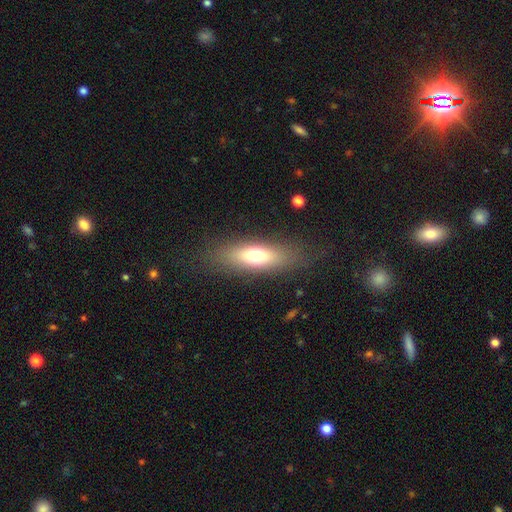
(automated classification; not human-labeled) A smooth galaxy with no disk features (66%) that is in between round and cigar-shaped (58%).

Vote fractions:
- Smooth or featured? smooth: 66% / featured or disk: 25% / star or artifact: 9%
- How rounded? in between: 58% / cigar-shaped: 38% / round: 4%
- Merging? none: 81% / minor disturbance: 12% / major disturbance: 6% / merger: 1%